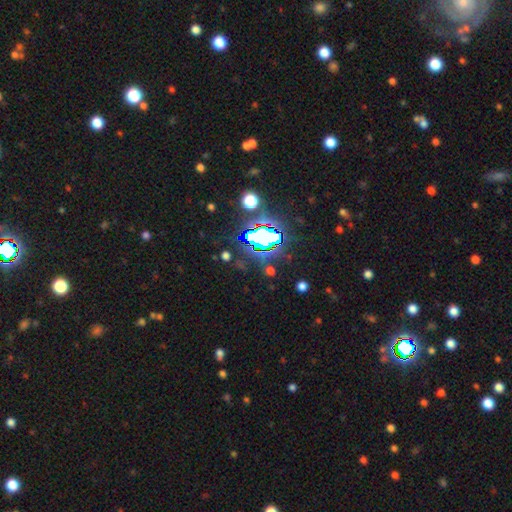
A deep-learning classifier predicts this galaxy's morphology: Smooth or featured: star or artifact — 82% (smooth — 11%)